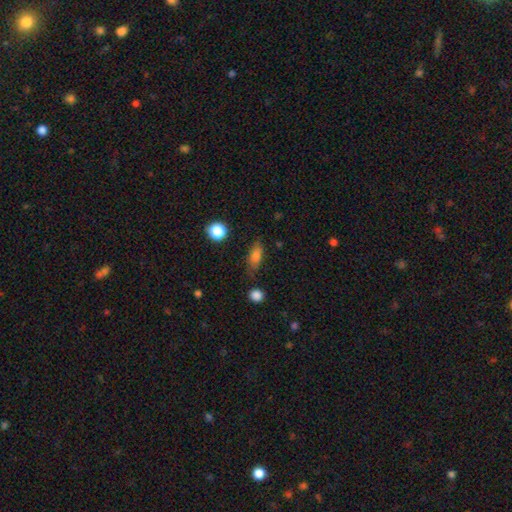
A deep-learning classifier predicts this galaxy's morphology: Smooth or featured?
  - smooth: 79% *
  - featured or disk: 11%
  - star or artifact: 10%
How rounded?
  - in between: 72% *
  - cigar-shaped: 21%
  - round: 7%
Merging?
  - none: 73% *
  - minor disturbance: 19%
  - major disturbance: 5%
  - merger: 2%